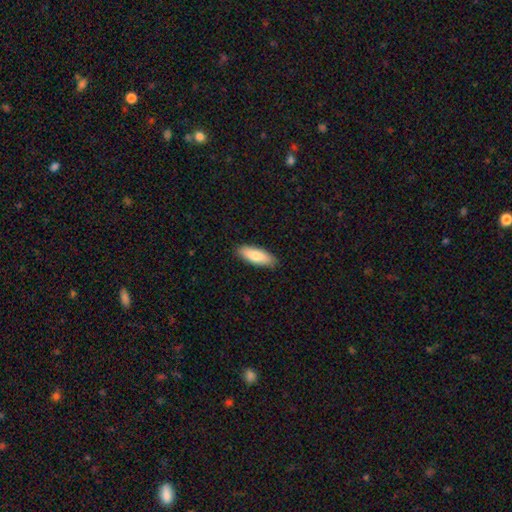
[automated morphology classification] Smooth or featured? Predicted: smooth (p=0.82). How rounded? Predicted: in between (p=0.65). Merging? Predicted: none (p=0.88).